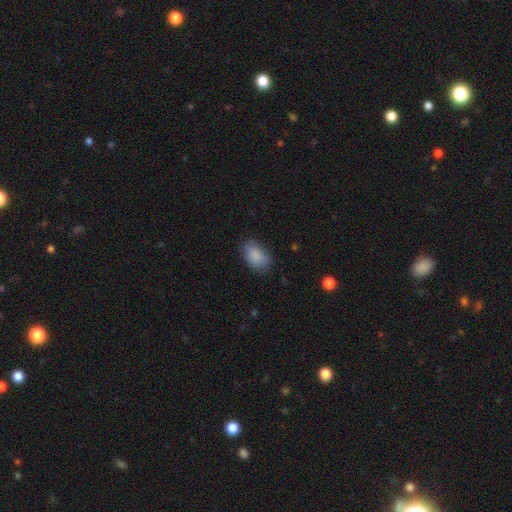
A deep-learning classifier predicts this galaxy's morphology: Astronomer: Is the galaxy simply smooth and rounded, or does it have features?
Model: smooth — 88%.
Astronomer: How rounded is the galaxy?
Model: in between — 90%.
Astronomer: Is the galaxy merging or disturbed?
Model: none — 79%.